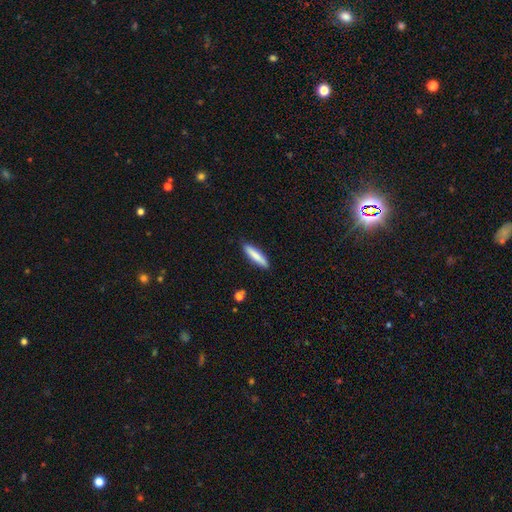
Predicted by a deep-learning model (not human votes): A smooth galaxy with no disk features (80%) that is cigar-shaped (85%). Merging: none (89%).